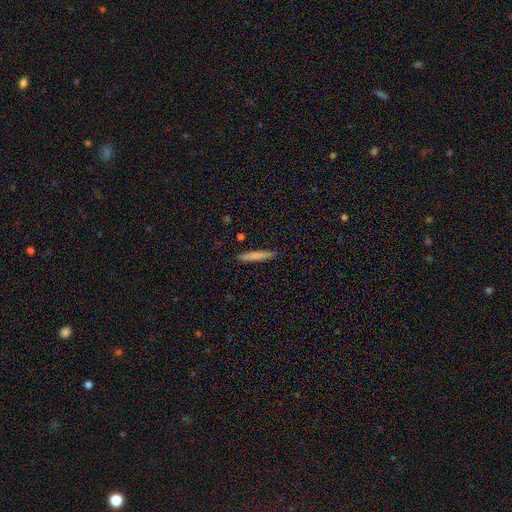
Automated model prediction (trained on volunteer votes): A smooth galaxy with no disk features (79%) that is cigar-shaped (94%).

Vote fractions:
- Smooth or featured? smooth: 79% / featured or disk: 15% / star or artifact: 6%
- How rounded? cigar-shaped: 94% / in between: 4% / round: 1%
- Merging? none: 90% / minor disturbance: 7% / major disturbance: 2% / merger: 1%